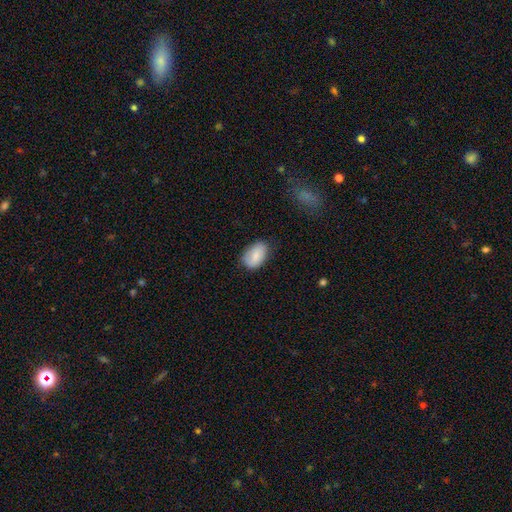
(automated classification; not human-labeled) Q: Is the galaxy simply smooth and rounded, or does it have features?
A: smooth — 82%.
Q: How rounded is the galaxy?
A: in between — 89%.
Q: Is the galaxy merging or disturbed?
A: none — 70%.